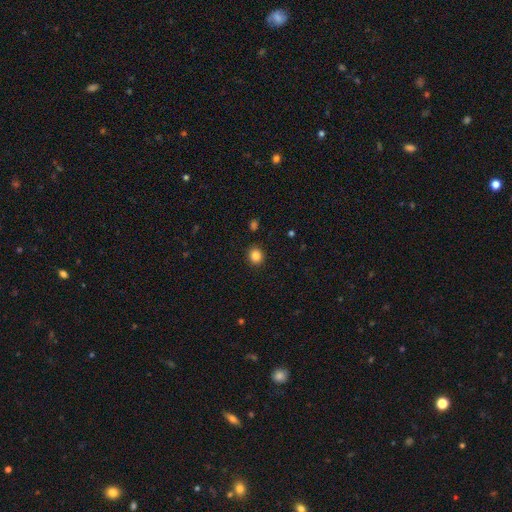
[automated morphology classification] smooth-or-featured: smooth: 85% | star or artifact: 11% | featured or disk: 4%
  how-rounded: round: 77% | in between: 22% | cigar-shaped: 1%
  merging: none: 90% | minor disturbance: 6% | major disturbance: 2% | merger: 1%